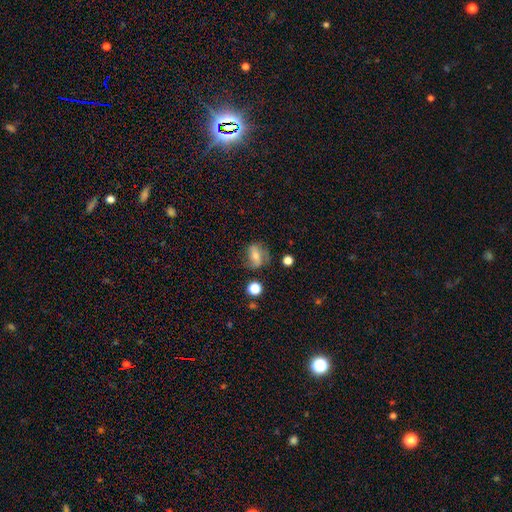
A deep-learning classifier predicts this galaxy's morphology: This appears to be a smooth galaxy with no disk features (48%). Merging: none (60%).